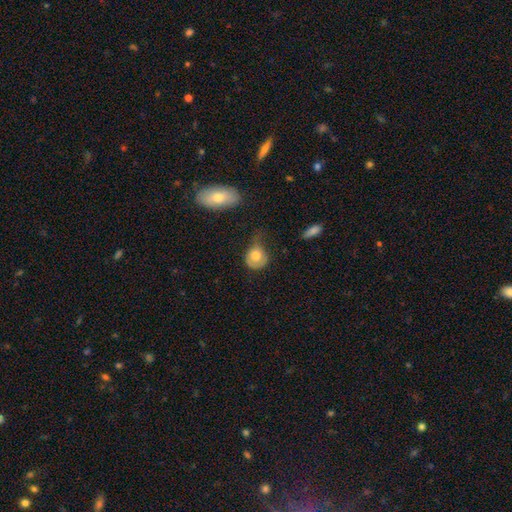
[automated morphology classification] Q: Smooth or featured?
A: smooth (71%); runner-up: featured or disk (22%)
Q: How rounded?
A: round (67%); runner-up: in between (32%)
Q: Merging?
A: minor disturbance (37%); runner-up: major disturbance (30%)